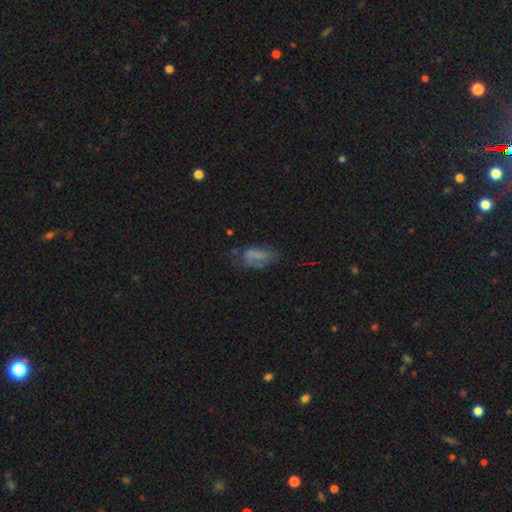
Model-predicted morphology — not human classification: A smooth galaxy with no disk features (55%) that is in between round and cigar-shaped (85%).

Vote fractions:
- Smooth or featured? smooth: 55% / featured or disk: 33% / star or artifact: 13%
- How rounded? in between: 85% / cigar-shaped: 10% / round: 5%
- Merging? none: 36% / major disturbance: 30% / minor disturbance: 30% / merger: 5%